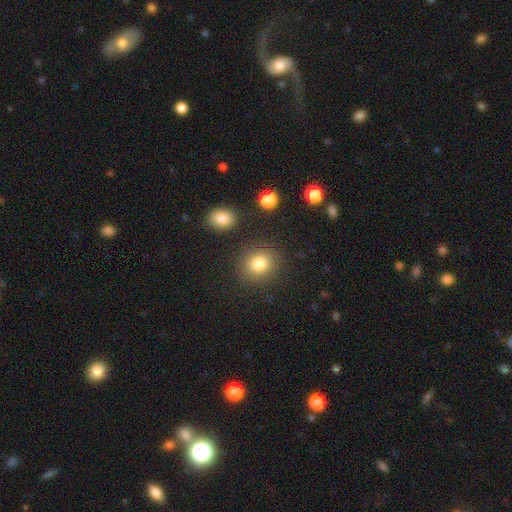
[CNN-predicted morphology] This is likely a smooth galaxy (63%). How rounded: clearly round (89%). Merging: clearly none (88%).